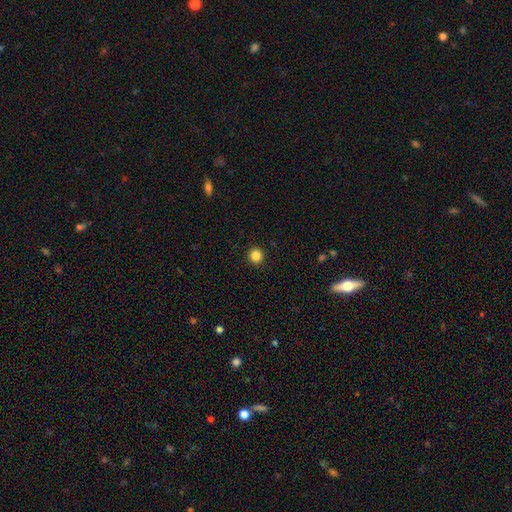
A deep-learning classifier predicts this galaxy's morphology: This is clearly a smooth galaxy (84%). How rounded: clearly round (94%). Merging: clearly none (93%).